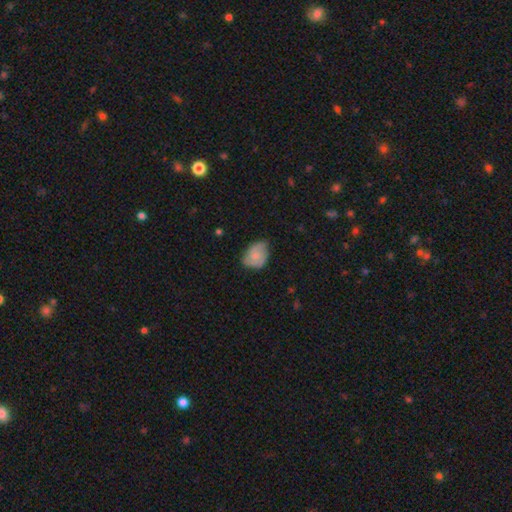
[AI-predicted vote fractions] This is likely a smooth galaxy (69%). How rounded: likely in between (69%). Merging: possibly none (48%).